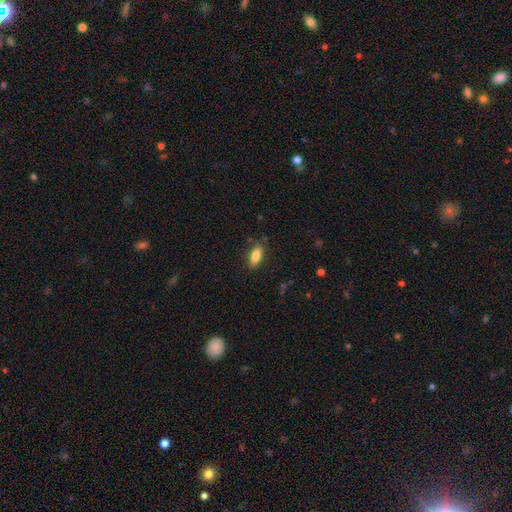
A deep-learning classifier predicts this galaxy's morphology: A smooth galaxy with no disk features (82%) that is in between round and cigar-shaped (81%). Merging: none (82%).